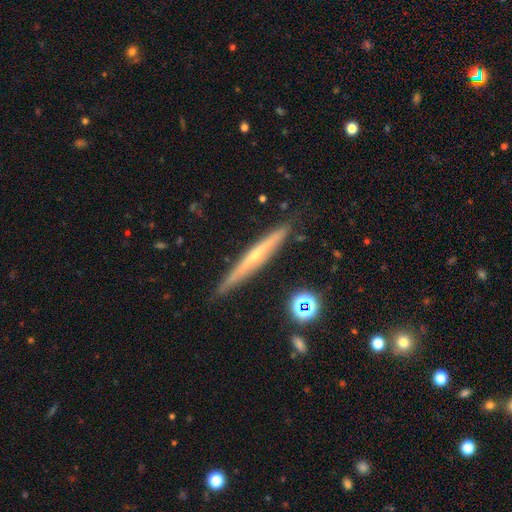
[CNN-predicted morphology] A featured or disk galaxy (69%) viewed edge-on (96%) with a rounded central bulge (65%).

Vote fractions:
- Smooth or featured? featured or disk: 69% / smooth: 23% / star or artifact: 8%
- Edge-on disk? yes: 96% / no: 4%
- Edge-on bulge? rounded: 65% / none: 32% / boxy: 3%
- Merging? none: 87% / minor disturbance: 10% / major disturbance: 2% / merger: 2%